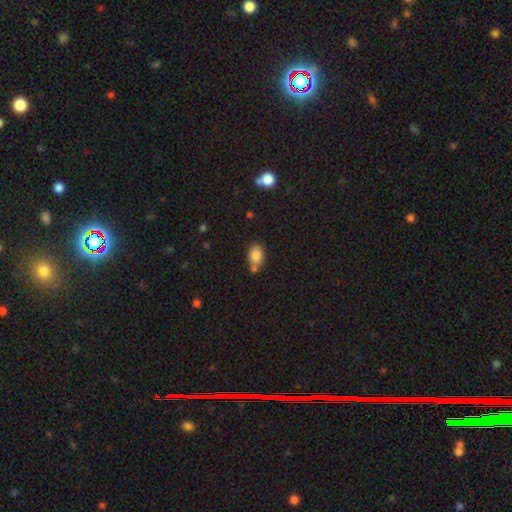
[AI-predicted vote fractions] Smooth or featured? Predicted: smooth (p=0.84). How rounded? Predicted: in between (p=0.73). Merging? Predicted: none (p=0.56).